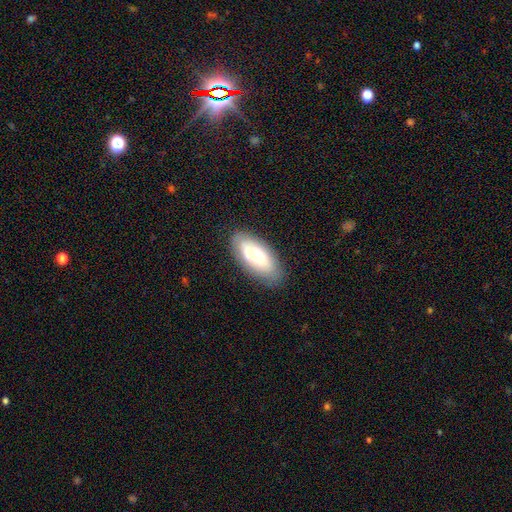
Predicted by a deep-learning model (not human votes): Q: Smooth or featured?
A: smooth (60%); runner-up: featured or disk (32%)
Q: How rounded?
A: in between (87%); runner-up: cigar-shaped (10%)
Q: Merging?
A: none (82%); runner-up: minor disturbance (13%)